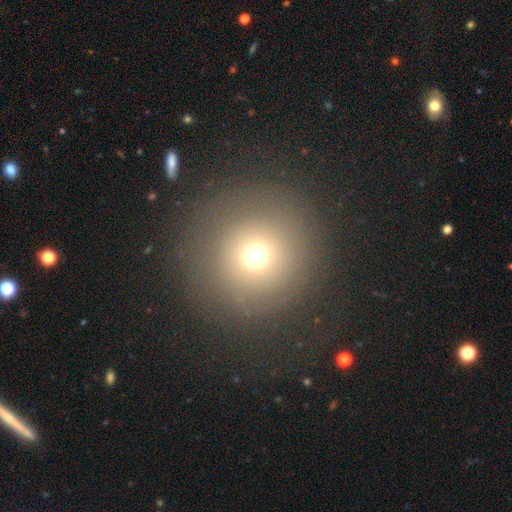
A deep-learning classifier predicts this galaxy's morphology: type=smooth (68%); roundness=round (94%); merging=none (83%).